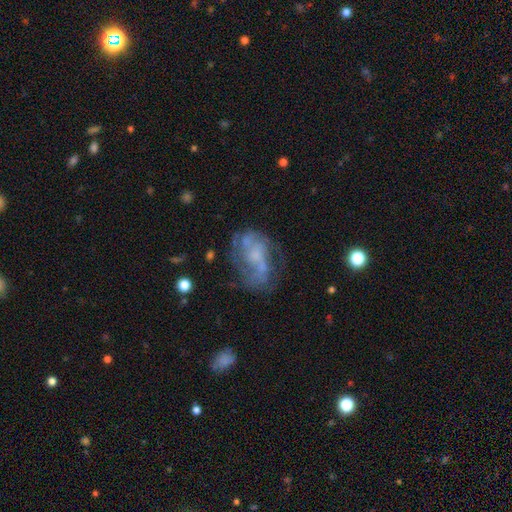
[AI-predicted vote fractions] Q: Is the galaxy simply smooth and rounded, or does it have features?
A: featured or disk — 71%.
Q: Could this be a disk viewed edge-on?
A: no — 97%.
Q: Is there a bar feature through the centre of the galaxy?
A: no — 67%.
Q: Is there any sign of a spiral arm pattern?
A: yes — 73%.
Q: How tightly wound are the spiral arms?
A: medium — 44%.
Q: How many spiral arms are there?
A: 2 — 41%.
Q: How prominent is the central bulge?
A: small — 38%.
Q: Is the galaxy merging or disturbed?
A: none — 52%.